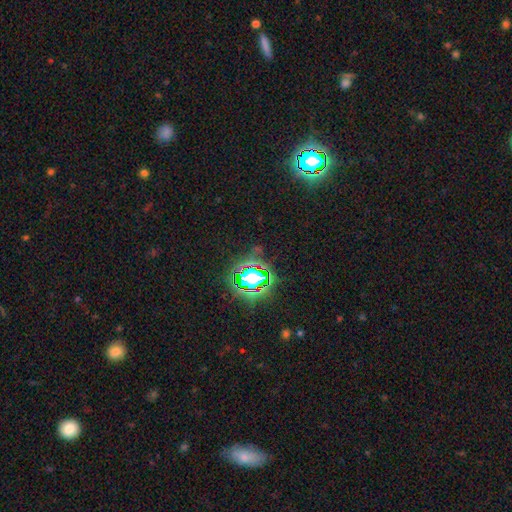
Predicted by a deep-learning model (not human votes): This is likely a star or artifact rather than a galaxy (79%).